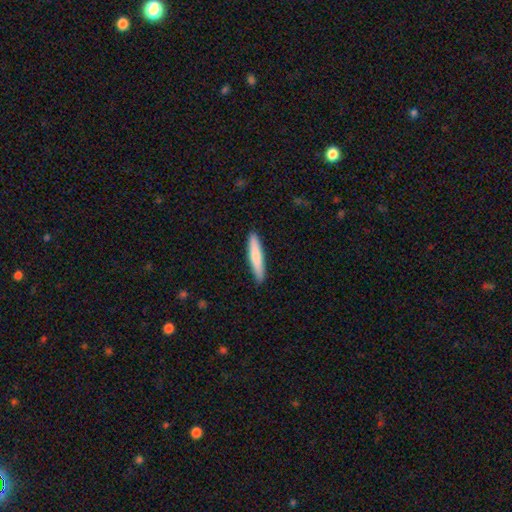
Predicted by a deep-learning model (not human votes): Morphology: type=smooth (77%); roundness=cigar-shaped (91%); merging=none (90%).